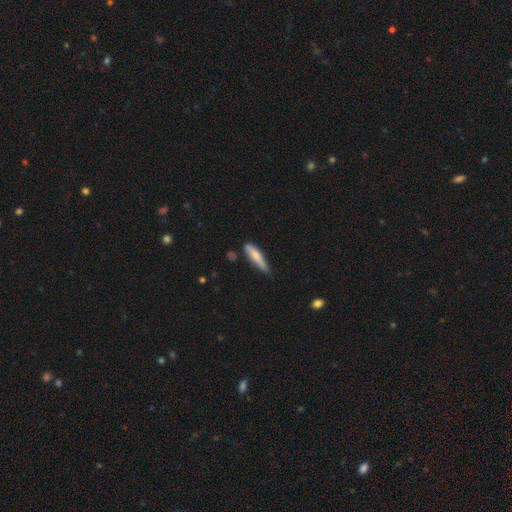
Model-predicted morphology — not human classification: smooth_or_featured: smooth (p=0.69) [alt: featured or disk p=0.26]
how_rounded: cigar-shaped (p=0.81) [alt: in between p=0.17]
merging: none (p=0.67) [alt: minor disturbance p=0.25]